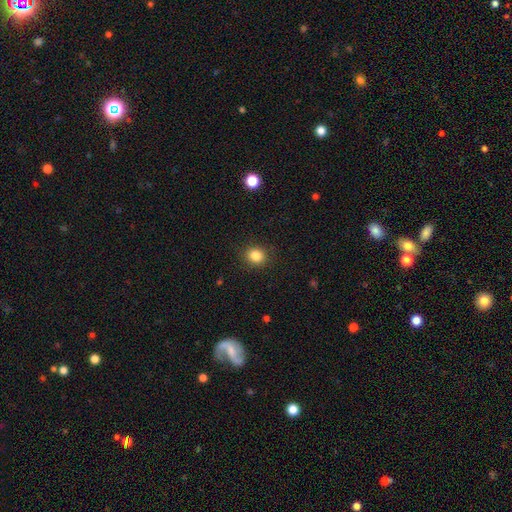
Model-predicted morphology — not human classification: This is clearly a smooth galaxy (84%). How rounded: likely round (79%). Merging: clearly none (89%).